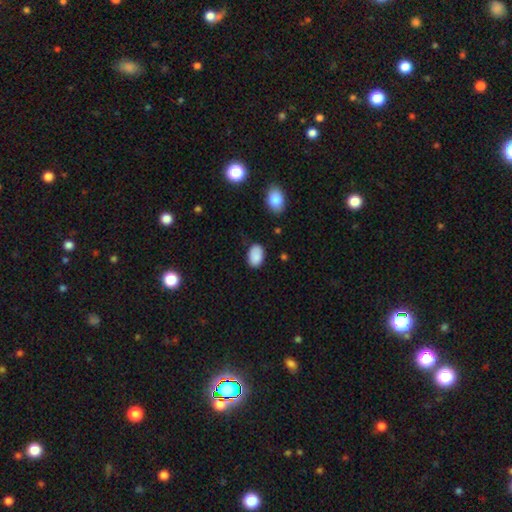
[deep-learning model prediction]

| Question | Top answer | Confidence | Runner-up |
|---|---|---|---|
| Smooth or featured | smooth | 88% | star or artifact (8%) |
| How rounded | in between | 90% | round (8%) |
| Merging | none | 78% | minor disturbance (17%) |